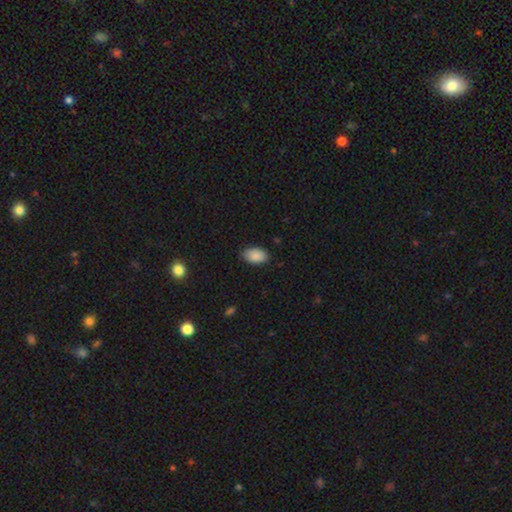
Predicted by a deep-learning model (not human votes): smooth 88%, star or artifact 7%, featured or disk 5%. Down the decision tree: how rounded — in between (93%); merging — none (83%).